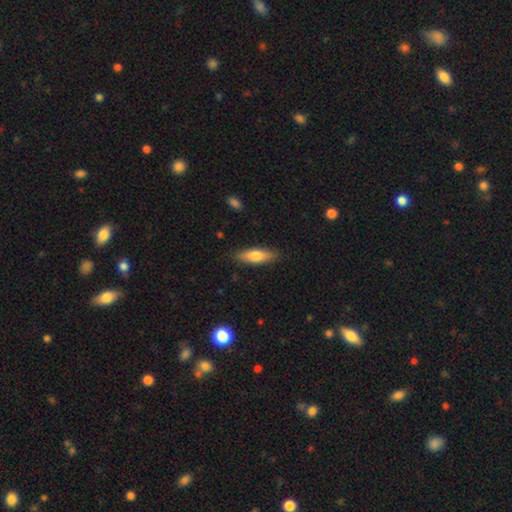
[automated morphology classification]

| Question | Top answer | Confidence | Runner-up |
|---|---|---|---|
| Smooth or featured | smooth | 68% | featured or disk (26%) |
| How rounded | cigar-shaped | 56% | in between (42%) |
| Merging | none | 87% | minor disturbance (10%) |